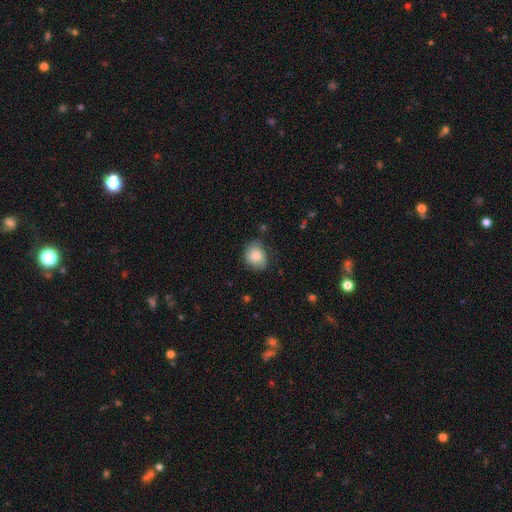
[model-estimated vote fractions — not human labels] This is likely a smooth galaxy (80%). How rounded: likely round (61%). Merging: likely none (66%).